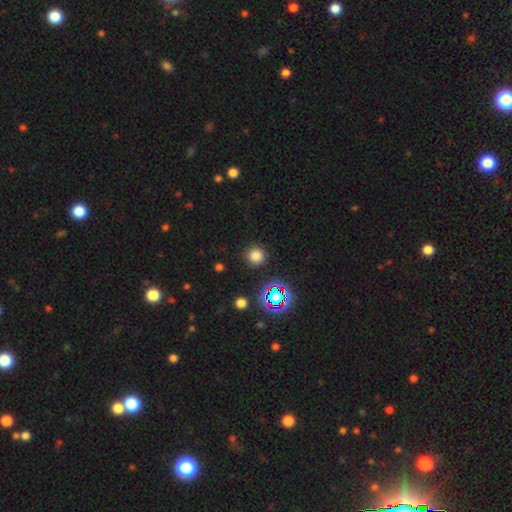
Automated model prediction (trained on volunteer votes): This appears to be a smooth galaxy with no disk features (76%) that is round (95%). Merging: none (90%).